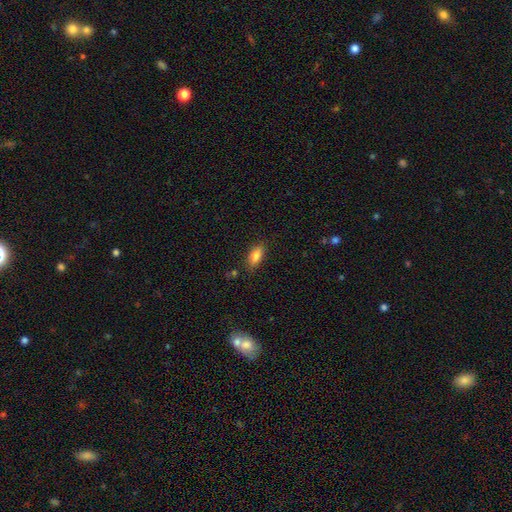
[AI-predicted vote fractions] smooth_or_featured: smooth (p=0.82) [alt: featured or disk p=0.09]
how_rounded: in between (p=0.85) [alt: cigar-shaped p=0.12]
merging: none (p=0.81) [alt: minor disturbance p=0.14]